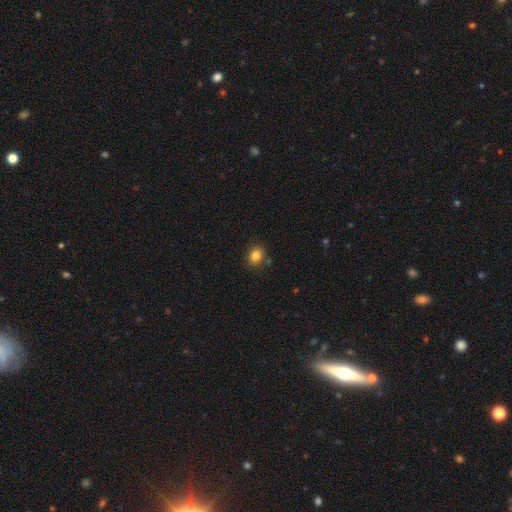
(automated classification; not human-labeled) Q: Smooth or featured?
A: smooth (83%); runner-up: star or artifact (11%)
Q: How rounded?
A: round (52%); runner-up: in between (47%)
Q: Merging?
A: none (84%); runner-up: minor disturbance (11%)